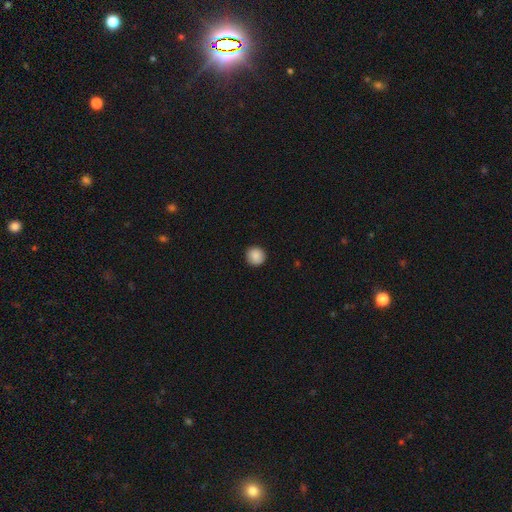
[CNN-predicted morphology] type=smooth (88%); roundness=round (95%); merging=none (91%).